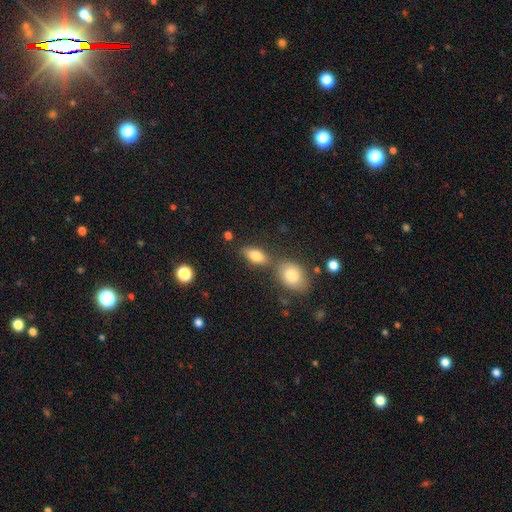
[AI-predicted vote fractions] Morphology: type=smooth (77%); roundness=in between (83%); merging=none (60%).